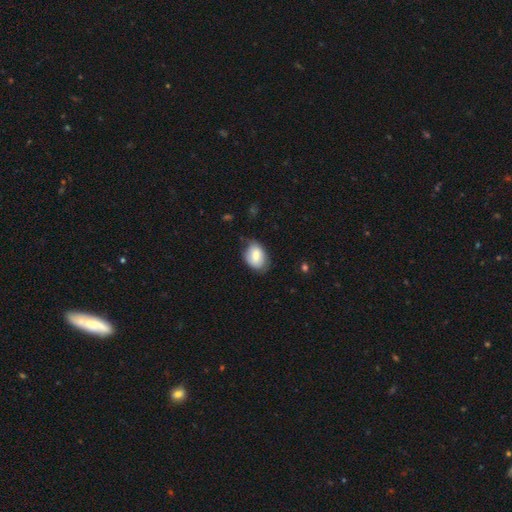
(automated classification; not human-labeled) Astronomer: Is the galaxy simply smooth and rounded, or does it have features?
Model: smooth — 76%.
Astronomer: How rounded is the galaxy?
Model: in between — 79%.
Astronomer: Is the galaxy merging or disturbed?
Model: none — 67%.